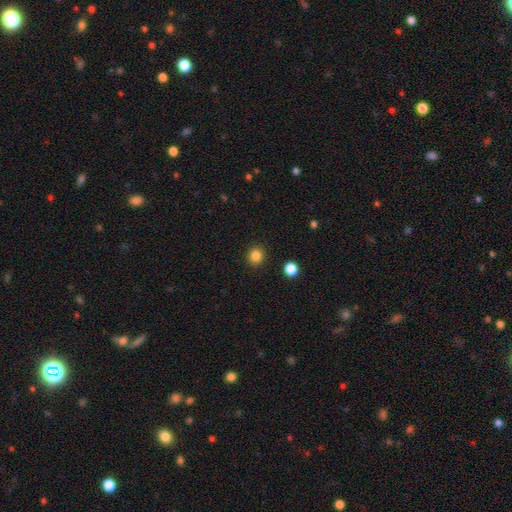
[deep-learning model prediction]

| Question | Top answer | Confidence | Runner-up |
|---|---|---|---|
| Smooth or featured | smooth | 85% | star or artifact (12%) |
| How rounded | round | 86% | in between (13%) |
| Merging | none | 91% | minor disturbance (5%) |